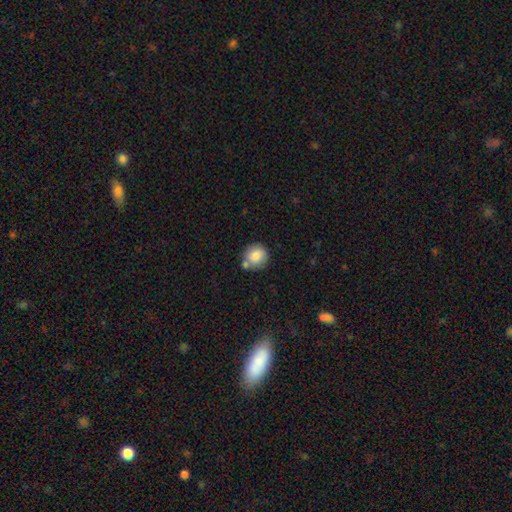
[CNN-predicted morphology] This is clearly a smooth galaxy (83%). How rounded: clearly round (89%). Merging: likely none (68%).